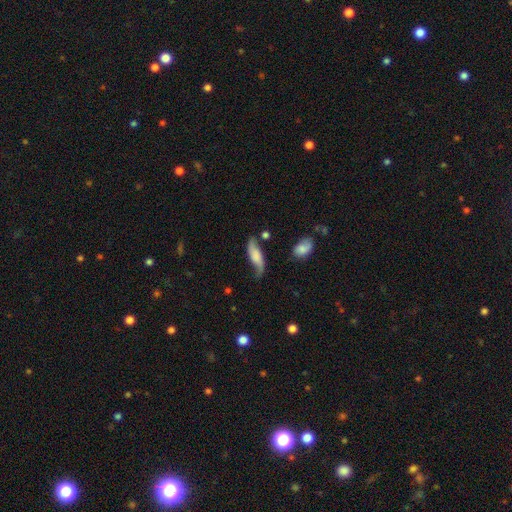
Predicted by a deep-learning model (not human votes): Smooth or featured? featured or disk (55%)
Edge-on disk? no (79%)
Merging? none (54%)